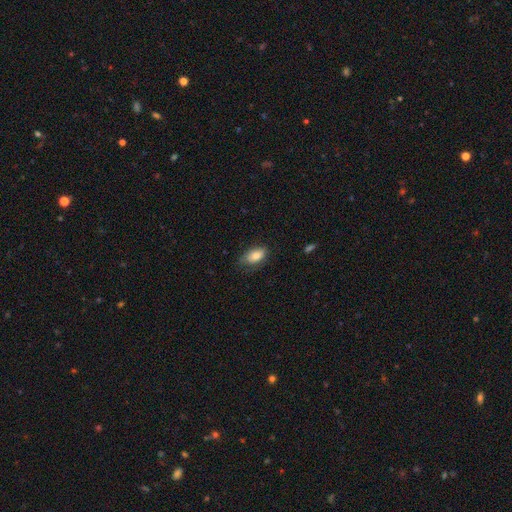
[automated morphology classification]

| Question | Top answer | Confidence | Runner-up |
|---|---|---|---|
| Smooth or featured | smooth | 81% | featured or disk (12%) |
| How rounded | in between | 91% | round (5%) |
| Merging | none | 68% | minor disturbance (24%) |